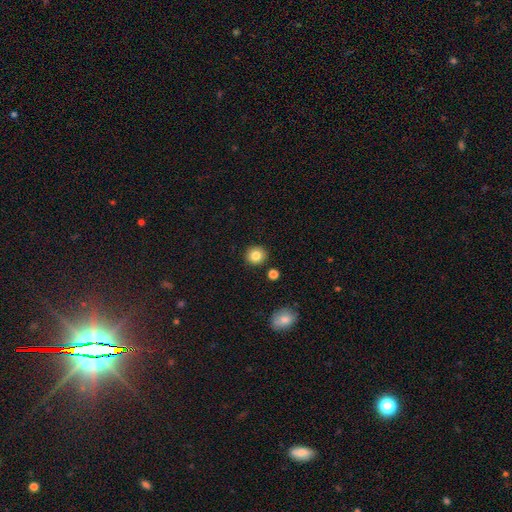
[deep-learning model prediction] Smooth or featured?
  - smooth: 84% *
  - star or artifact: 10%
  - featured or disk: 6%
How rounded?
  - round: 92% *
  - in between: 7%
  - cigar-shaped: 1%
Merging?
  - none: 90% *
  - minor disturbance: 6%
  - merger: 3%
  - major disturbance: 2%